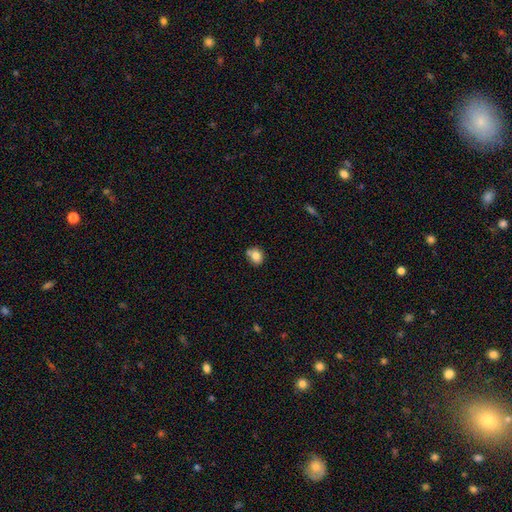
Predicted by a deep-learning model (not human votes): smooth 80%, star or artifact 10%, featured or disk 10%. Down the decision tree: how rounded — round (64%); merging — none (61%).